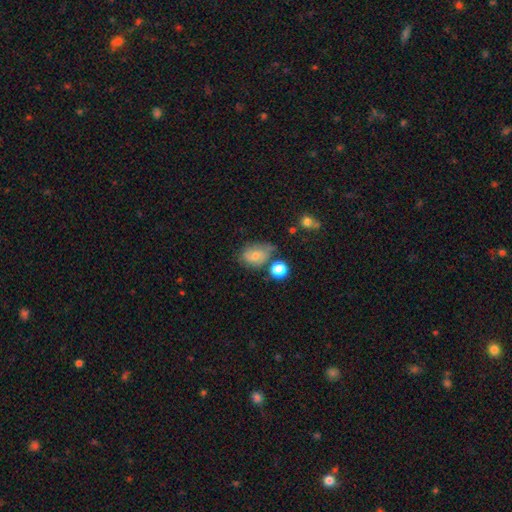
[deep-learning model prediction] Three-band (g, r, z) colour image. It shows a smooth galaxy with no disk features (57%) that is in between round and cigar-shaped (62%). Merging: none (42%).